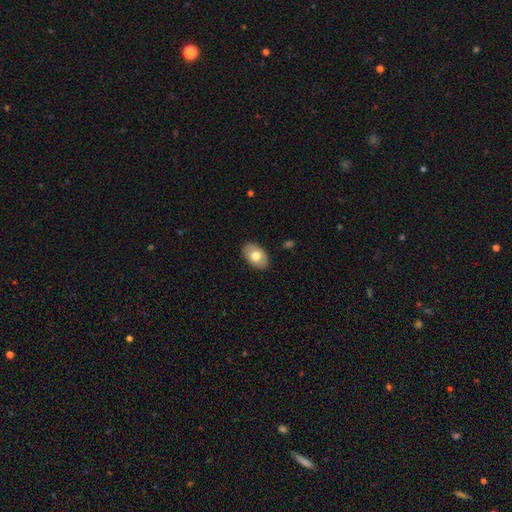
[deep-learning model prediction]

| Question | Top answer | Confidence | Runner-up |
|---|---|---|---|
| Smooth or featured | smooth | 75% | featured or disk (19%) |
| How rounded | in between | 90% | round (9%) |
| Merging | none | 88% | minor disturbance (9%) |